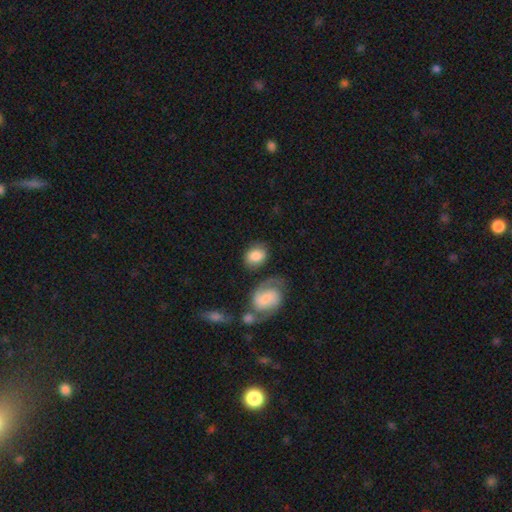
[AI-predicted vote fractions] smooth-or-featured: smooth: 76% | featured or disk: 17% | star or artifact: 7%
  how-rounded: in between: 55% | round: 43% | cigar-shaped: 1%
  merging: none: 62% | minor disturbance: 18% | merger: 12% | major disturbance: 8%